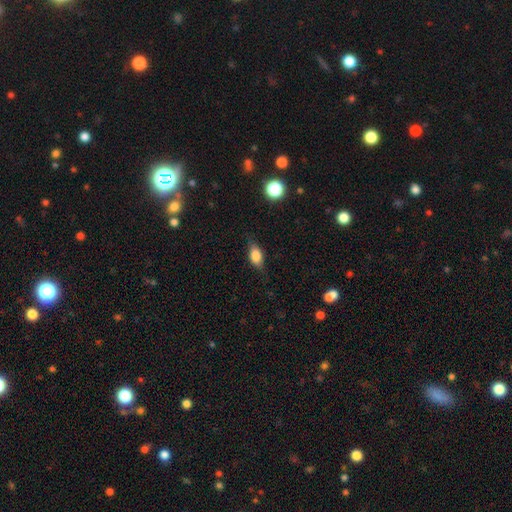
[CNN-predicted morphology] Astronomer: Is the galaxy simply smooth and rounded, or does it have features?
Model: smooth — 74%.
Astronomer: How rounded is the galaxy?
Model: in between — 82%.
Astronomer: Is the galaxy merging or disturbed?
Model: none — 74%.